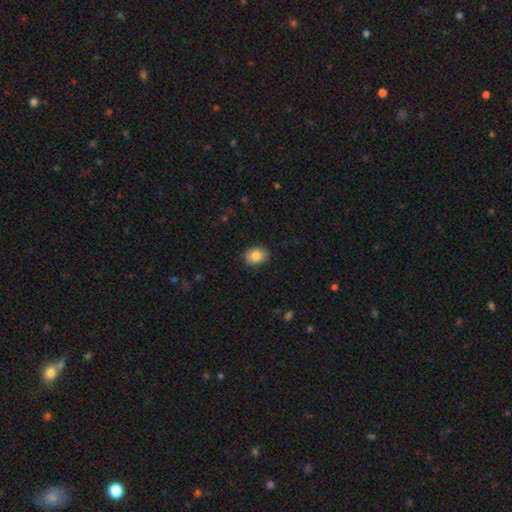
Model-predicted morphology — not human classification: The model was most divided on "how rounded": in between: 61%, round: 38%, cigar-shaped: 1%. More confident: merging — none (88%); smooth or featured — smooth (85%).